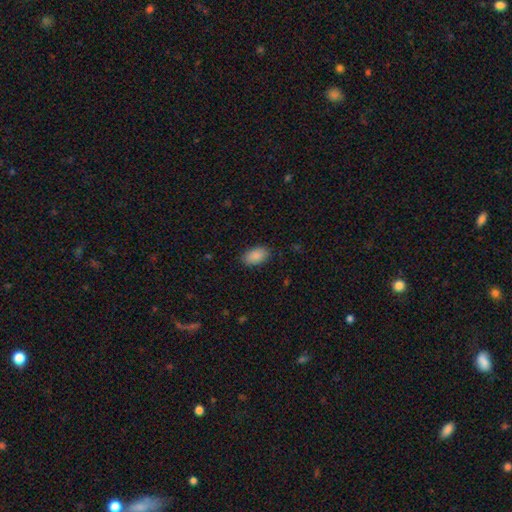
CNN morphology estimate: Q: Smooth or featured?
A: smooth (90%); runner-up: star or artifact (7%)
Q: How rounded?
A: in between (94%); runner-up: round (5%)
Q: Merging?
A: none (86%); runner-up: minor disturbance (11%)